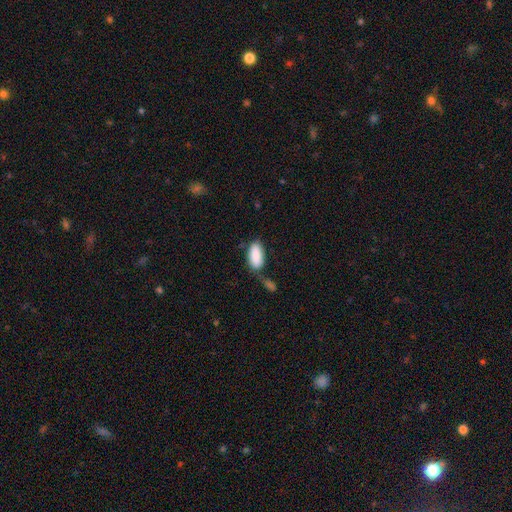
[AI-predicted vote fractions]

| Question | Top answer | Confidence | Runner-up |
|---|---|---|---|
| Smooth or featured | smooth | 88% | star or artifact (6%) |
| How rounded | in between | 94% | cigar-shaped (4%) |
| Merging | none | 49% | minor disturbance (21%) |